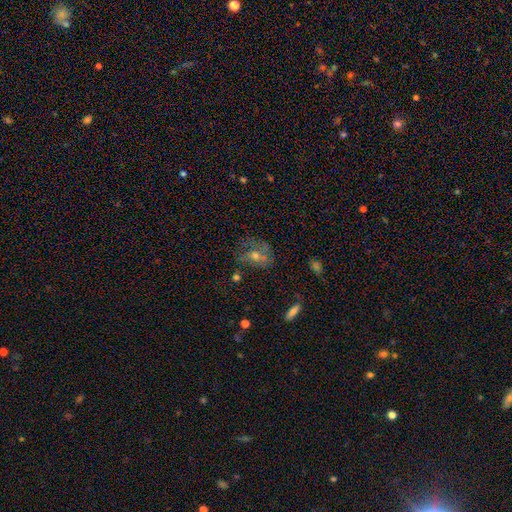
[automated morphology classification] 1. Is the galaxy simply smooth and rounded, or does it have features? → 47% featured or disk, 32% smooth, 20% star or artifact.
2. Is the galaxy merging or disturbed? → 51% none, 23% minor disturbance, 22% major disturbance, 4% merger.